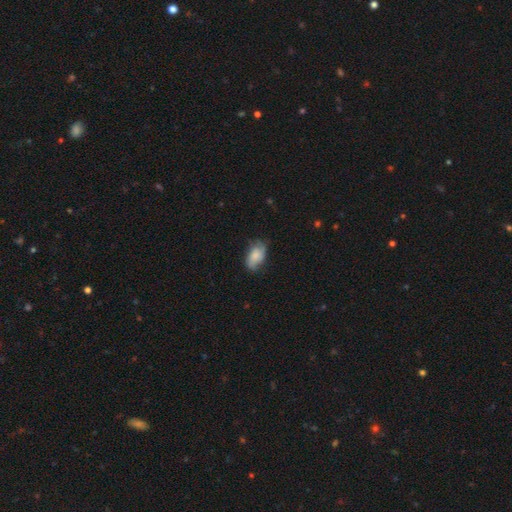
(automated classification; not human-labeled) The model was most divided on "merging": none: 61%, minor disturbance: 28%, major disturbance: 9%, merger: 1%. More confident: how rounded — in between (91%); smooth or featured — smooth (68%).